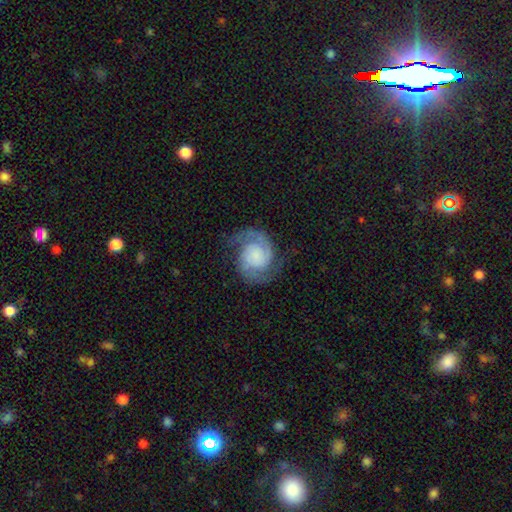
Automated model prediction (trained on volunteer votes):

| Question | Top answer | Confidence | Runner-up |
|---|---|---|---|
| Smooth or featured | featured or disk | 87% | smooth (8%) |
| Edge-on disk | no | 98% | yes (2%) |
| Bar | no | 71% | weak (24%) |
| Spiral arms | yes | 98% | no (2%) |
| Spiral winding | medium | 50% | tight (36%) |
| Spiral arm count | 2 | 93% | can't tell (2%) |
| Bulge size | small | 34% | none (33%) |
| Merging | none | 78% | minor disturbance (14%) |